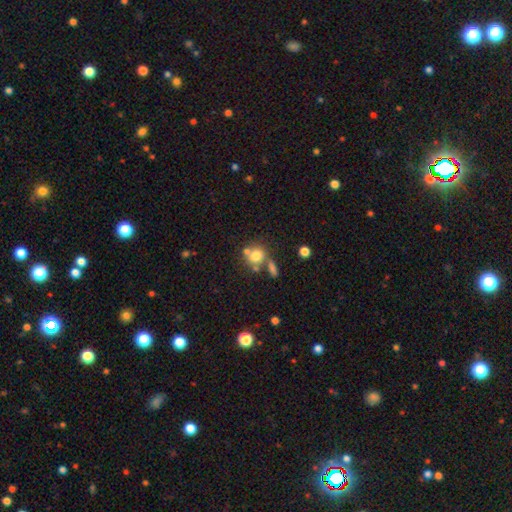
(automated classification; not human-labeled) Smooth or featured? smooth (74%)
How rounded? round (79%)
Merging? none (51%)